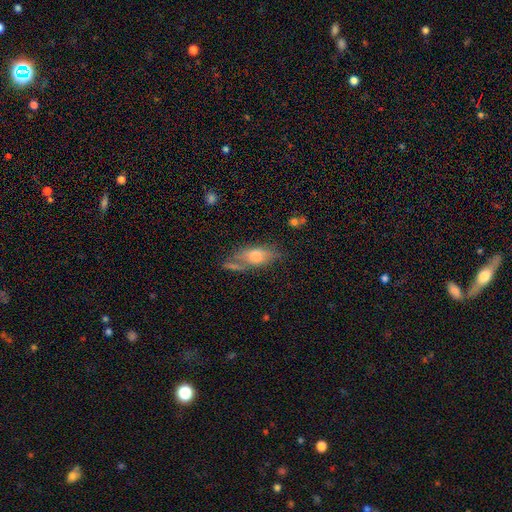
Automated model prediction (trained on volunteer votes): Morphology: type=smooth (55%); roundness=in between (73%); merging=none (51%).